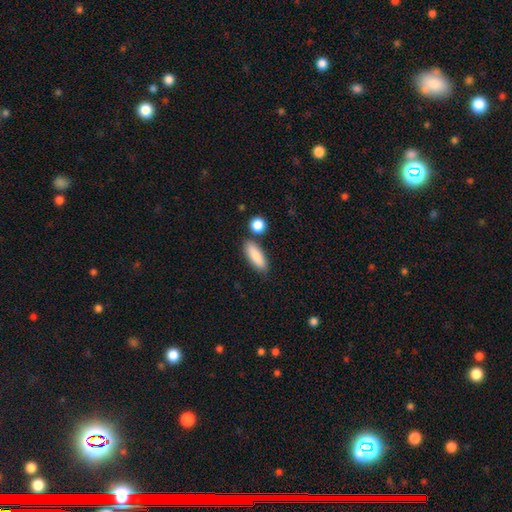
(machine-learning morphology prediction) Smooth or featured?
  - smooth: 85% *
  - featured or disk: 9%
  - star or artifact: 6%
How rounded?
  - in between: 59% *
  - cigar-shaped: 38%
  - round: 3%
Merging?
  - none: 78% *
  - minor disturbance: 11%
  - merger: 8%
  - major disturbance: 3%